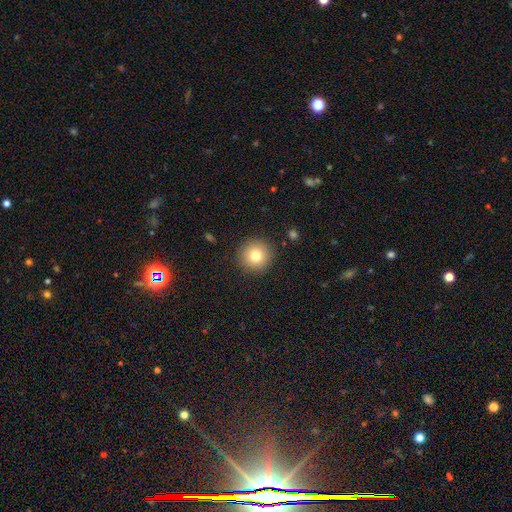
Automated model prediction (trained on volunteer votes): A smooth galaxy with no disk features (79%) that is round (95%). Merging: none (91%).